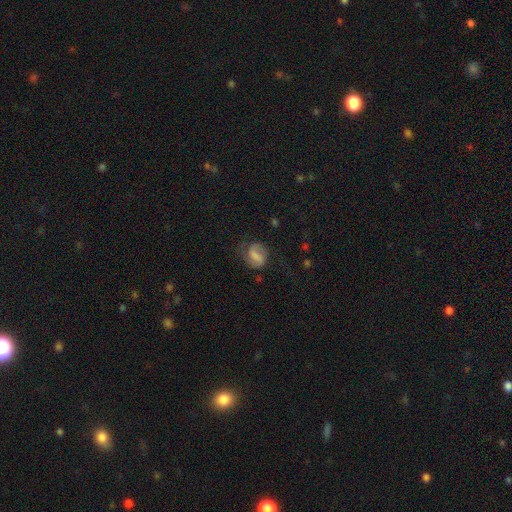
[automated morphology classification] smooth-or-featured: featured or disk: 51% | smooth: 40% | star or artifact: 9%
  disk-edge-on: no: 97% | yes: 3%
  merging: none: 55% | minor disturbance: 24% | major disturbance: 20% | merger: 2%